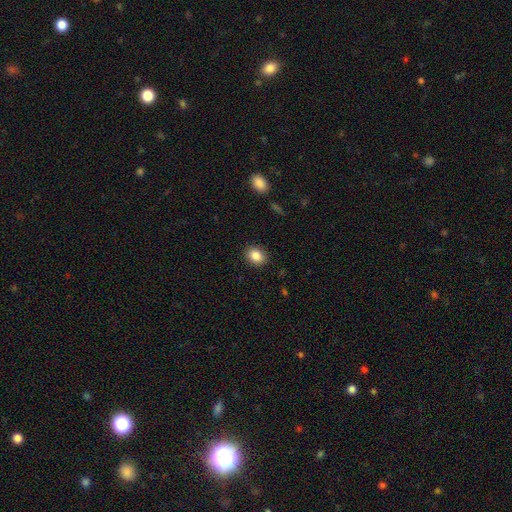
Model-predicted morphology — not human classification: A smooth galaxy with no disk features (85%) that is in between round and cigar-shaped (58%). Merging: none (89%).